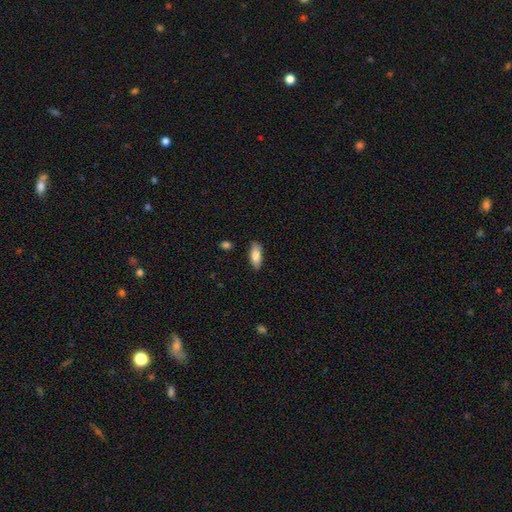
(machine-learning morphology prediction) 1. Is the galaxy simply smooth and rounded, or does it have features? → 80% smooth, 14% featured or disk, 6% star or artifact.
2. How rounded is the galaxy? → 77% in between, 21% cigar-shaped, 2% round.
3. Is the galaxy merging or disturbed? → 85% none, 11% minor disturbance, 2% major disturbance, 2% merger.